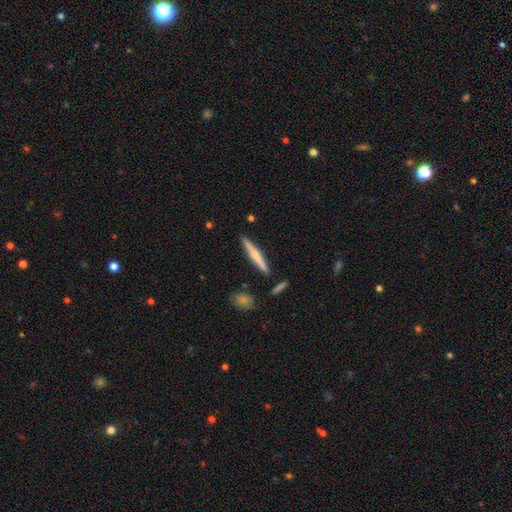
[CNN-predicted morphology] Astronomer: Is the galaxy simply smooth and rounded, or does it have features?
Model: featured or disk — 48% (runner-up: smooth, 46%).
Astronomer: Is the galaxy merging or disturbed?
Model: none — 89%.